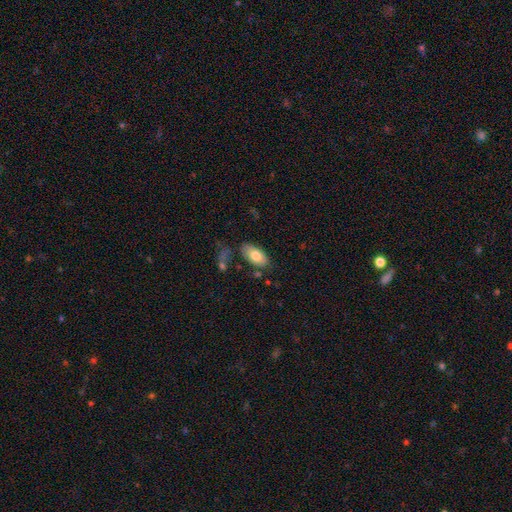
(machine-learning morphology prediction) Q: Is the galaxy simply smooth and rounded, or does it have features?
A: smooth — 77%.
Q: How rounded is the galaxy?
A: in between — 93%.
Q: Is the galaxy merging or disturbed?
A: none — 74%.